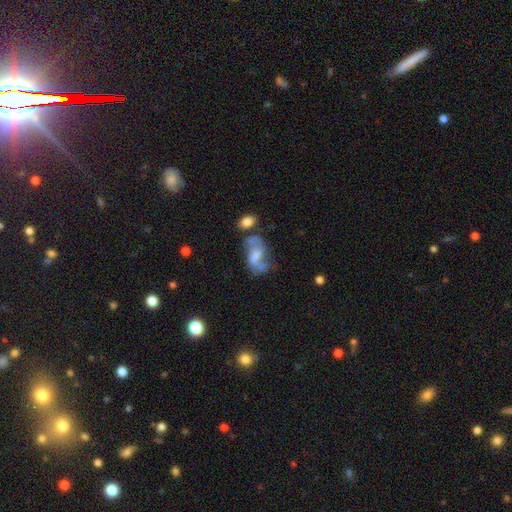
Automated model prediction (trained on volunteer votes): Smooth or featured? featured or disk (61%)
Edge-on disk? no (96%)
Bar? no (44%)
Spiral arms? yes (73%)
Bulge size? none (38%)
Merging? none (36%)